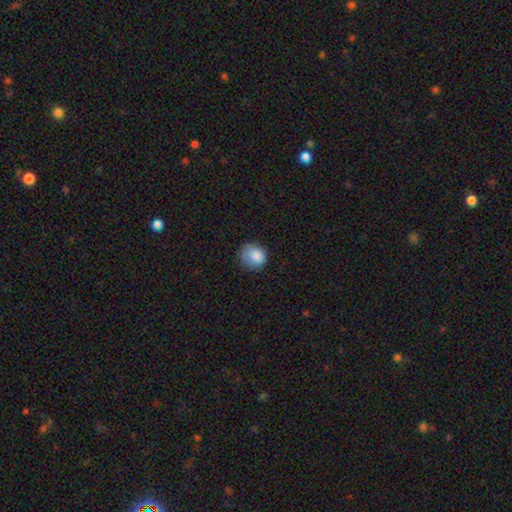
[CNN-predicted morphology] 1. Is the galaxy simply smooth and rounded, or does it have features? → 85% smooth, 9% star or artifact, 6% featured or disk.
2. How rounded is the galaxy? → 77% round, 22% in between, 1% cigar-shaped.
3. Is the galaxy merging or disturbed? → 63% none, 27% minor disturbance, 9% major disturbance, 1% merger.